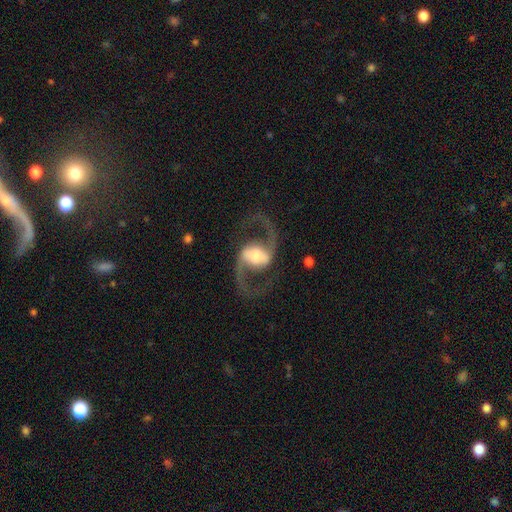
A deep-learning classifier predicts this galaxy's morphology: smooth-or-featured: featured or disk: 91% | smooth: 5% | star or artifact: 4%
  disk-edge-on: no: 97% | yes: 3%
    bar: strong: 46% | weak: 34% | no: 20%
    has-spiral-arms: yes: 97% | no: 3%
      spiral-winding: loose: 51% | medium: 44% | tight: 6%
      spiral-arm-count: 2: 95% | can't tell: 1% | 1: 1% | 3: 1% | 4: 1% | more than 4: 1%
    bulge-size: moderate: 41% | large: 28% | small: 22% | dominant: 6% | none: 4%
  merging: none: 79% | minor disturbance: 10% | major disturbance: 9% | merger: 2%